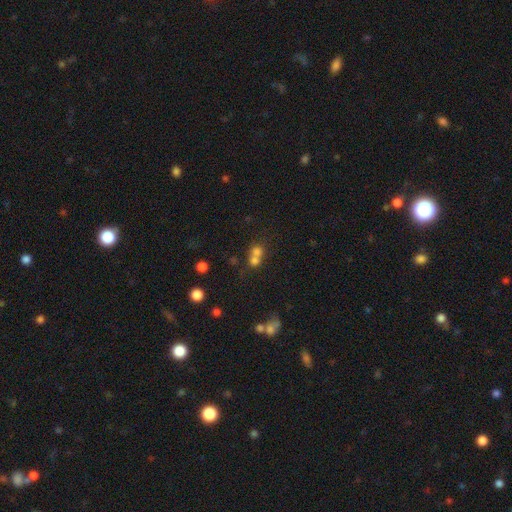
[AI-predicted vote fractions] A smooth galaxy with no disk features (69%) that is round (78%).

Vote fractions:
- Smooth or featured? smooth: 69% / star or artifact: 16% / featured or disk: 15%
- How rounded? round: 78% / in between: 21% / cigar-shaped: 1%
- Merging? merger: 62% / none: 29% / minor disturbance: 5% / major disturbance: 3%